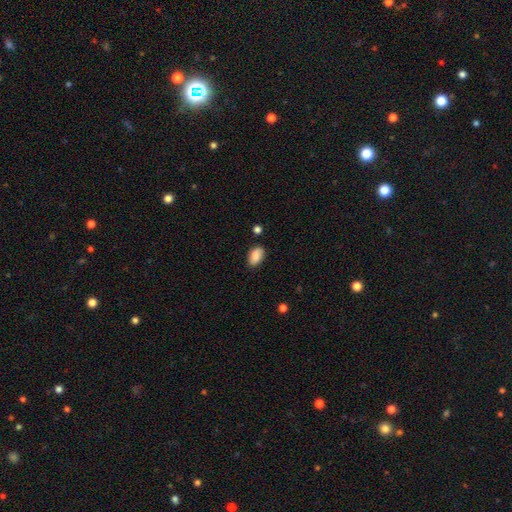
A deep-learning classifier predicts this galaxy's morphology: This is clearly a smooth galaxy (82%). How rounded: clearly in between (91%). Merging: clearly none (80%).